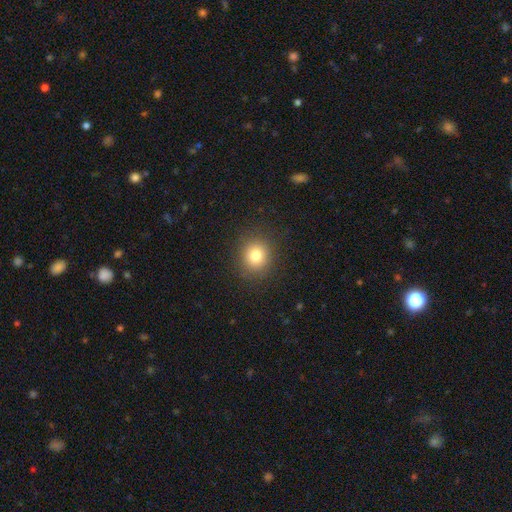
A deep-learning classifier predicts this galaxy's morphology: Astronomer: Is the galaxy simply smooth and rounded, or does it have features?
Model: smooth — 80%.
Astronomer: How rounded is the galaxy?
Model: round — 85%.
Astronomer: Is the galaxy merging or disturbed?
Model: none — 90%.